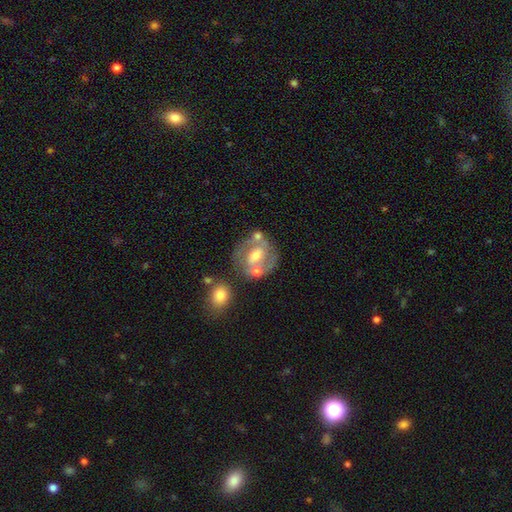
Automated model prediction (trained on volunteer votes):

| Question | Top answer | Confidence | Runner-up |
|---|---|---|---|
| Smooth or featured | featured or disk | 70% | smooth (23%) |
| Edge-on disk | no | 96% | yes (4%) |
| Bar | weak | 39% | no (33%) |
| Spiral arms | yes | 62% | no (38%) |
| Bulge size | moderate | 65% | small (25%) |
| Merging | none | 59% | merger (17%) |